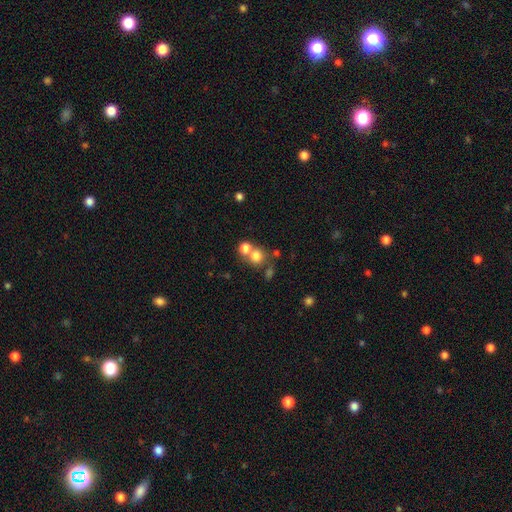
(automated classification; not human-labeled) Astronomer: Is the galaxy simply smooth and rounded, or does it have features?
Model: smooth — 75%.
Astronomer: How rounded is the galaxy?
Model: round — 85%.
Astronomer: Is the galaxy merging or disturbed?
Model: none — 50% (runner-up: merger, 40%).